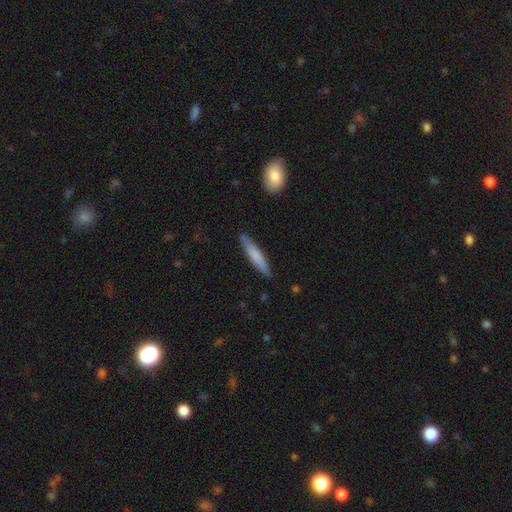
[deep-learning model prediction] Smooth or featured?
  - smooth: 72% *
  - featured or disk: 23%
  - star or artifact: 5%
How rounded?
  - cigar-shaped: 91% *
  - in between: 8%
  - round: 1%
Merging?
  - none: 86% *
  - minor disturbance: 11%
  - major disturbance: 2%
  - merger: 1%